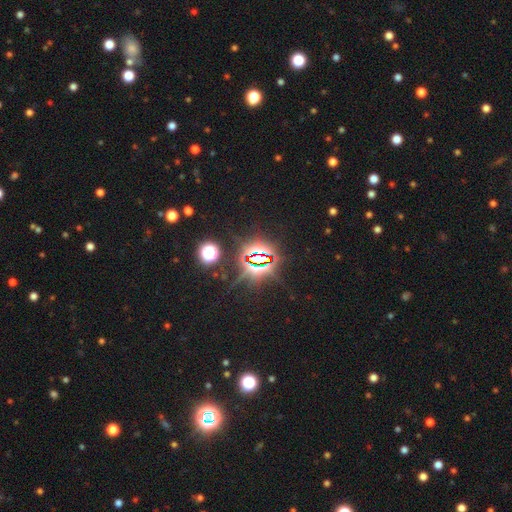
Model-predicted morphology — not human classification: A star or artifact, not a galaxy (83%).